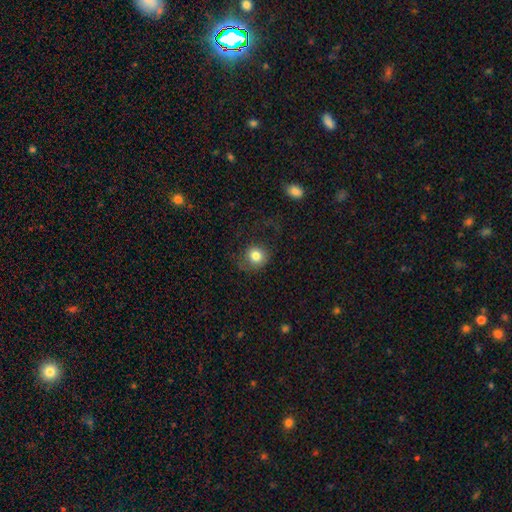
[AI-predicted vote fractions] This is clearly a smooth galaxy (81%). How rounded: clearly round (84%). Merging: likely none (61%).